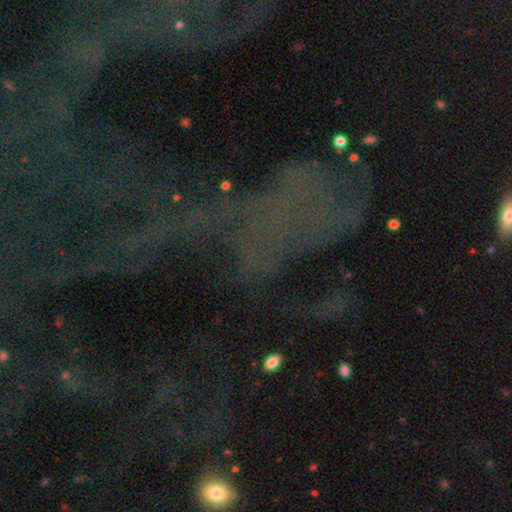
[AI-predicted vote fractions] This is likely a star or artifact rather than a galaxy (66%).